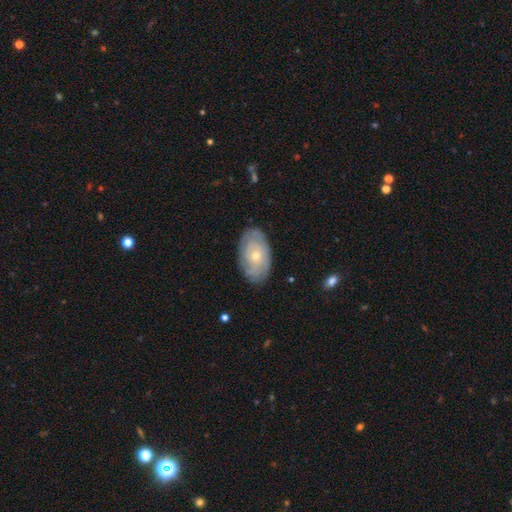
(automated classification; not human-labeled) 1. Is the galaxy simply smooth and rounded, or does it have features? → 60% featured or disk, 33% smooth, 7% star or artifact.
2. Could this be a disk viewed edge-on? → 93% no, 7% yes.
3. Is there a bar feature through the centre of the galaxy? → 86% no, 12% weak, 2% strong.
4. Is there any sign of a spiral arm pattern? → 68% yes, 32% no.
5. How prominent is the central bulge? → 62% small, 35% moderate, 1% large, 1% none, 1% dominant.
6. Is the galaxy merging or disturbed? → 82% none, 14% minor disturbance, 3% major disturbance, 1% merger.